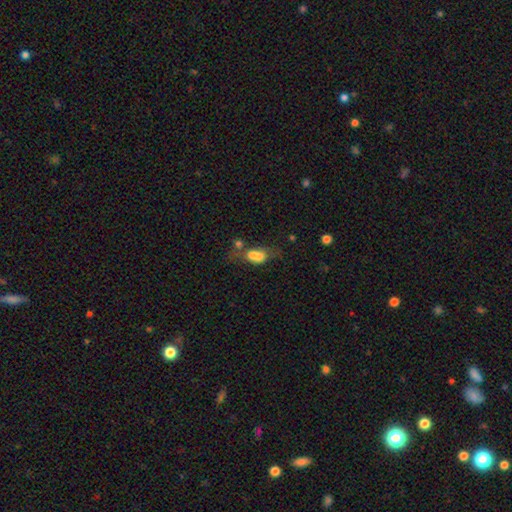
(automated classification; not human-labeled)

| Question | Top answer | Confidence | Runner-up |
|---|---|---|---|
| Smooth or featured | smooth | 65% | featured or disk (24%) |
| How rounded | in between | 77% | round (13%) |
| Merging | merger | 40% | none (29%) |